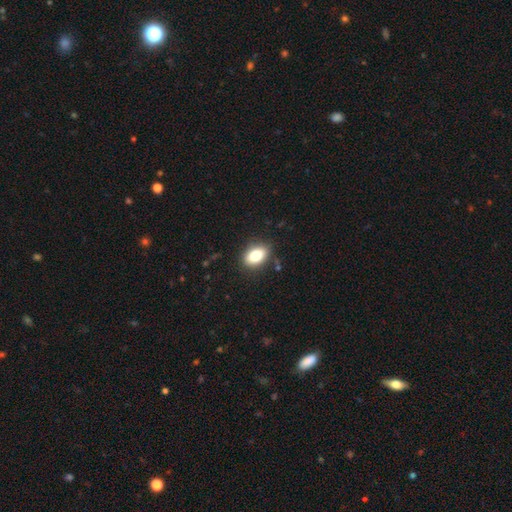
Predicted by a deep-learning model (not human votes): Smooth or featured?
  - smooth: 80% *
  - featured or disk: 11%
  - star or artifact: 9%
How rounded?
  - in between: 84% *
  - round: 14%
  - cigar-shaped: 2%
Merging?
  - none: 85% *
  - minor disturbance: 11%
  - major disturbance: 3%
  - merger: 1%